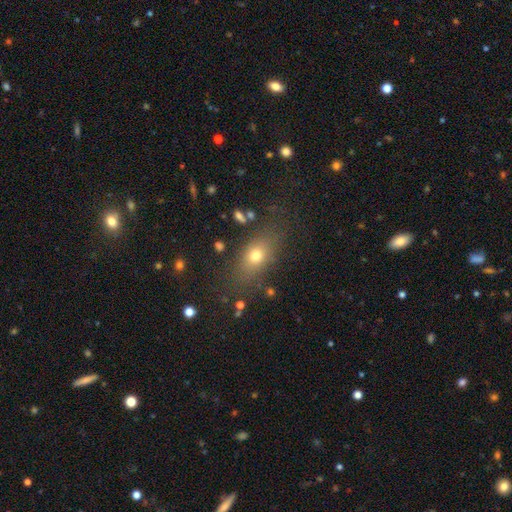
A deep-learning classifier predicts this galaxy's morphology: This appears to be a smooth galaxy with no disk features (70%) that is in between round and cigar-shaped (69%). Merging: none (78%).